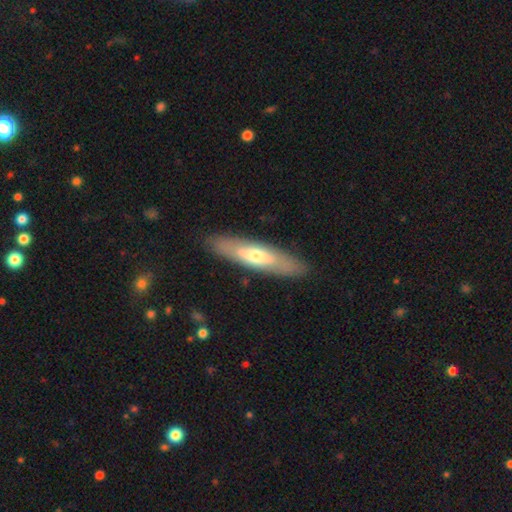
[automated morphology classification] Smooth or featured: smooth — 49% (featured or disk — 46%)
Merging: none — 87% (minor disturbance — 9%)